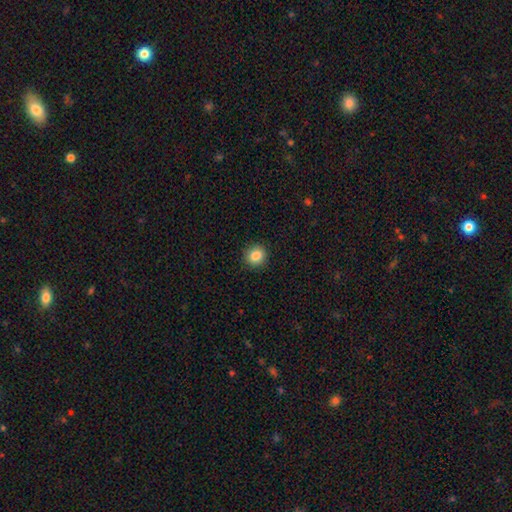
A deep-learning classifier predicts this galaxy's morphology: A smooth galaxy with no disk features (85%) that is round (89%).

Vote fractions:
- Smooth or featured? smooth: 85% / star or artifact: 10% / featured or disk: 5%
- How rounded? round: 89% / in between: 10% / cigar-shaped: 1%
- Merging? none: 92% / minor disturbance: 5% / major disturbance: 2% / merger: 1%